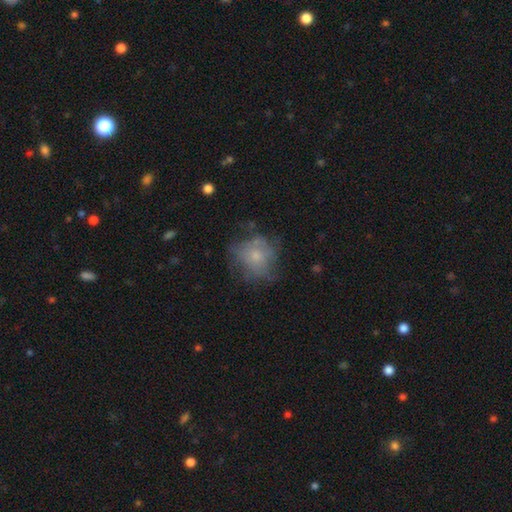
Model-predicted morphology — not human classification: The model was most divided on "smooth or featured": smooth: 56%, featured or disk: 33%, star or artifact: 11%. More confident: how rounded — round (75%); merging — none (50%).